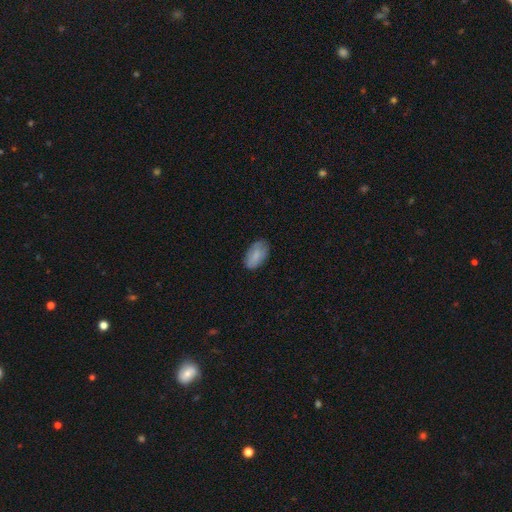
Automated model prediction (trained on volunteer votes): Overall: smooth (80%). How rounded: in between (94%). Merging: none (75%).